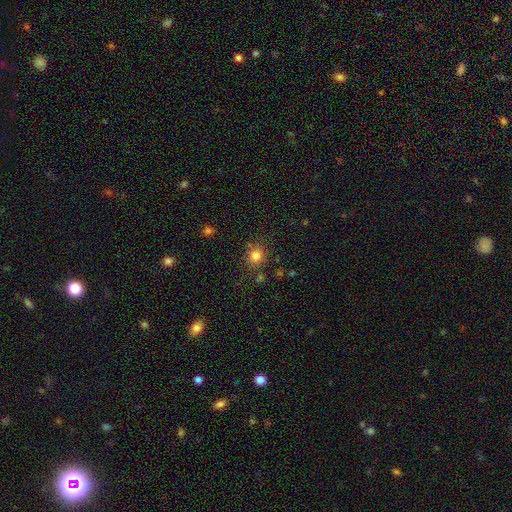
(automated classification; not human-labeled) Smooth or featured? smooth (80%)
How rounded? round (81%)
Merging? none (79%)